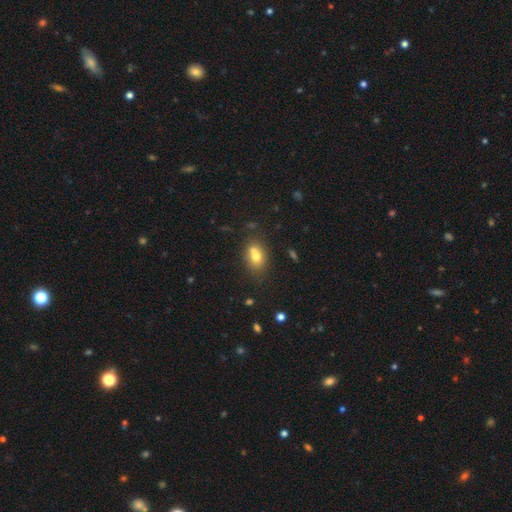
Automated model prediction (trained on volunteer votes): smooth 69%, featured or disk 19%, star or artifact 12%. Down the decision tree: how rounded — in between (65%); merging — none (46%).